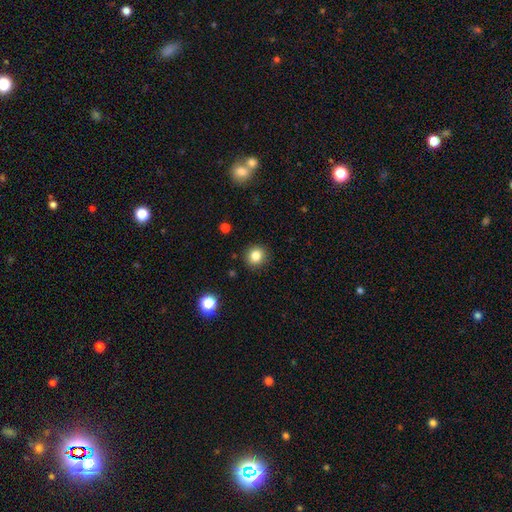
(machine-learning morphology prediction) Smooth or featured? Predicted: smooth (p=0.83). How rounded? Predicted: round (p=0.88). Merging? Predicted: none (p=0.90).